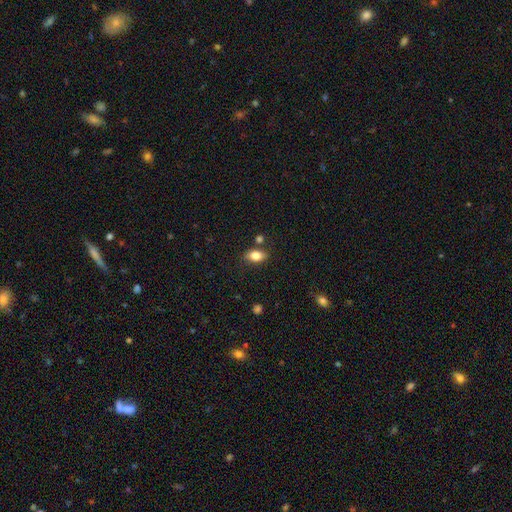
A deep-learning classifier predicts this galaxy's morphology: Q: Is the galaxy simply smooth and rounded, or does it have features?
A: smooth — 81%.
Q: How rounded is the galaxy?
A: in between — 86%.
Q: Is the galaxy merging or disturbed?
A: none — 78%.